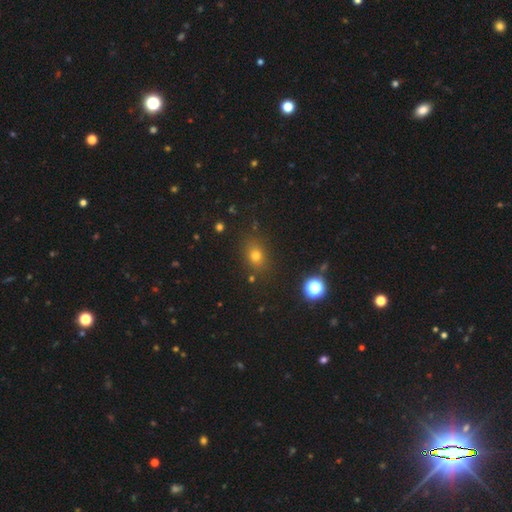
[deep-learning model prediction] smooth 71%, star or artifact 20%, featured or disk 9%. Down the decision tree: how rounded — in between (54%); merging — none (82%).